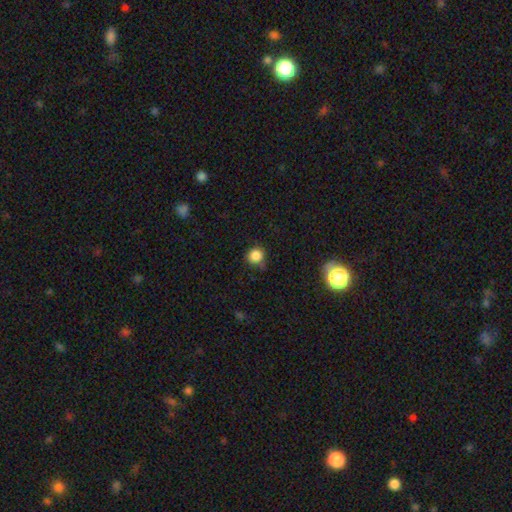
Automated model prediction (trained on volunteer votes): Morphology: type=smooth (85%); roundness=round (91%); merging=none (74%).